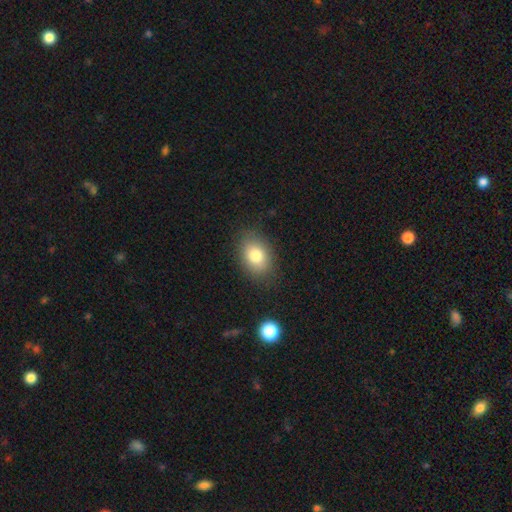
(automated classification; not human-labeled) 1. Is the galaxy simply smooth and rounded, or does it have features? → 80% smooth, 11% featured or disk, 9% star or artifact.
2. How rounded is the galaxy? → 75% in between, 24% round, 1% cigar-shaped.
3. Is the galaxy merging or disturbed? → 83% none, 12% minor disturbance, 4% major disturbance, 1% merger.